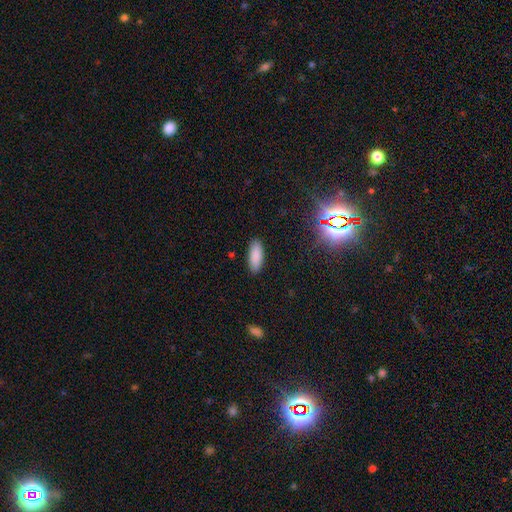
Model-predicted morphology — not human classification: A smooth galaxy with no disk features (87%) that is in between round and cigar-shaped (77%).

Vote fractions:
- Smooth or featured? smooth: 87% / star or artifact: 8% / featured or disk: 5%
- How rounded? in between: 77% / cigar-shaped: 21% / round: 2%
- Merging? none: 89% / minor disturbance: 8% / major disturbance: 2% / merger: 1%